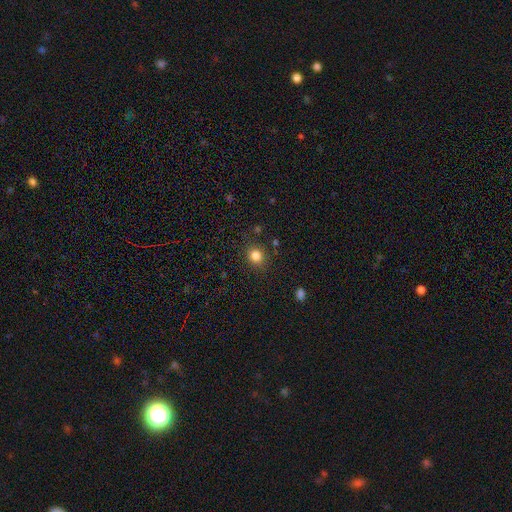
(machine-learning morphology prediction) Q: Smooth or featured?
A: smooth (82%); runner-up: star or artifact (12%)
Q: How rounded?
A: round (79%); runner-up: in between (20%)
Q: Merging?
A: none (87%); runner-up: minor disturbance (8%)